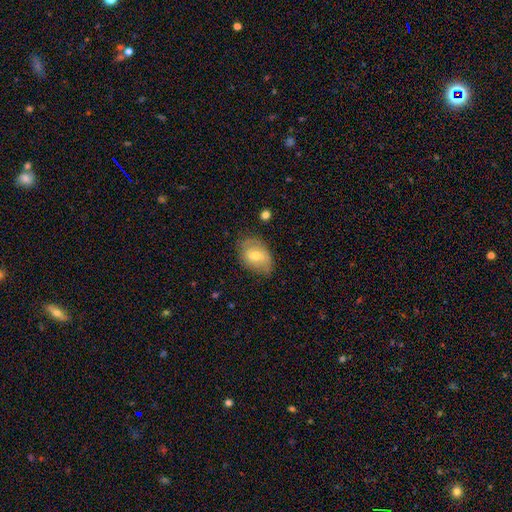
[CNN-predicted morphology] The model was most divided on "smooth or featured": smooth: 59%, featured or disk: 34%, star or artifact: 7%. More confident: how rounded — in between (78%); merging — none (66%).